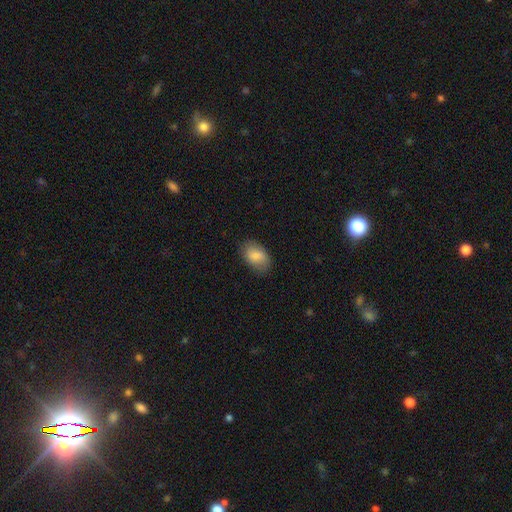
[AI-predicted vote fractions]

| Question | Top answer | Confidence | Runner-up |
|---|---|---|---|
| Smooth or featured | smooth | 85% | featured or disk (9%) |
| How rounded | in between | 89% | round (9%) |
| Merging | none | 78% | minor disturbance (17%) |